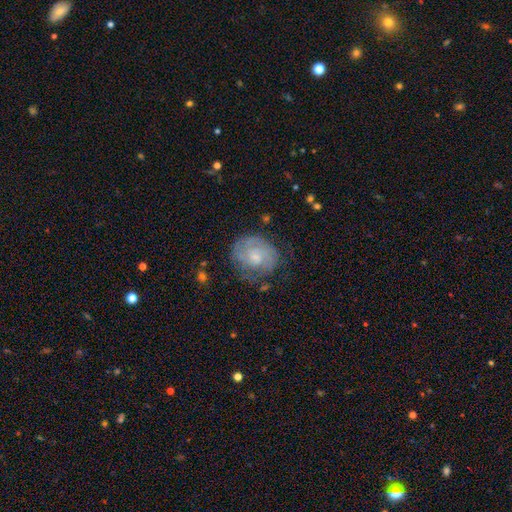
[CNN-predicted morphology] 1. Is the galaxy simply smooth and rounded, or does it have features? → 67% featured or disk, 26% smooth, 7% star or artifact.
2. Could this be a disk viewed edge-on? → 98% no, 2% yes.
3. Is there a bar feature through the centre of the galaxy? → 71% no, 26% weak, 3% strong.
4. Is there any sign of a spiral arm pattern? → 87% yes, 13% no.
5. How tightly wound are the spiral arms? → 62% tight, 30% medium, 9% loose.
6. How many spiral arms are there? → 38% can't tell, 36% 2, 13% 3, 5% 1, 4% 4, 3% more than 4.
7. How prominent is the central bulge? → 53% small, 36% moderate, 7% none, 3% large, 1% dominant.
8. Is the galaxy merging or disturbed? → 69% none, 20% minor disturbance, 9% major disturbance, 2% merger.